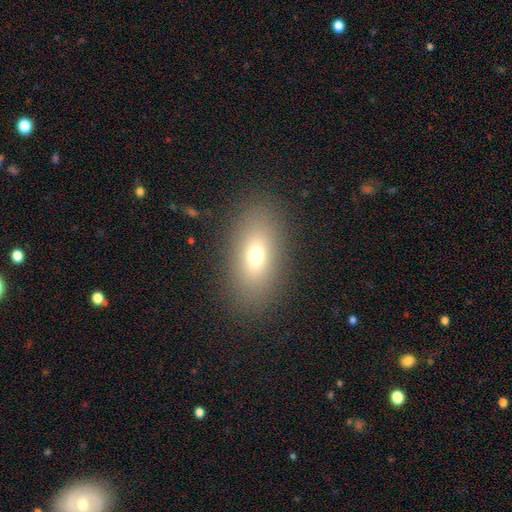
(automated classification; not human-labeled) A smooth galaxy with no disk features (69%) that is in between round and cigar-shaped (83%).

Vote fractions:
- Smooth or featured? smooth: 69% / featured or disk: 18% / star or artifact: 13%
- How rounded? in between: 83% / cigar-shaped: 9% / round: 8%
- Merging? none: 86% / minor disturbance: 8% / major disturbance: 4% / merger: 1%